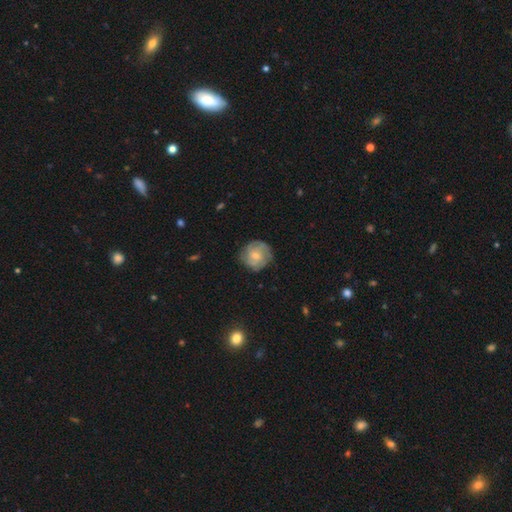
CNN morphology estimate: A featured or disk galaxy (53%) with no bar (62%), spiral arms (80%) and a small central bulge (46%). Merging: none (73%).